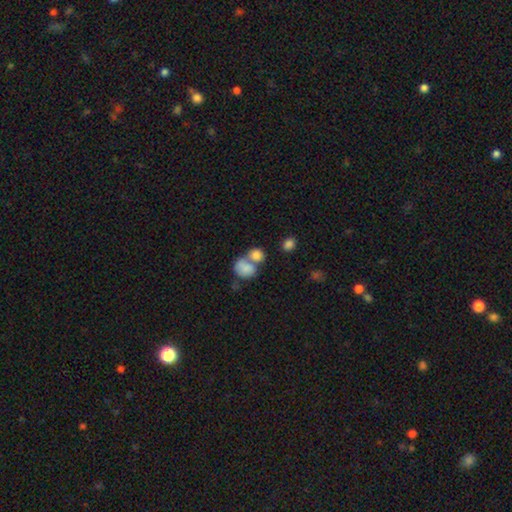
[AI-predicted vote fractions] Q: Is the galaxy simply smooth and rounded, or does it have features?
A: smooth — 79%.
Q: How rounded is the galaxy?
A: round — 54%.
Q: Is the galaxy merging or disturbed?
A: merger — 62%.